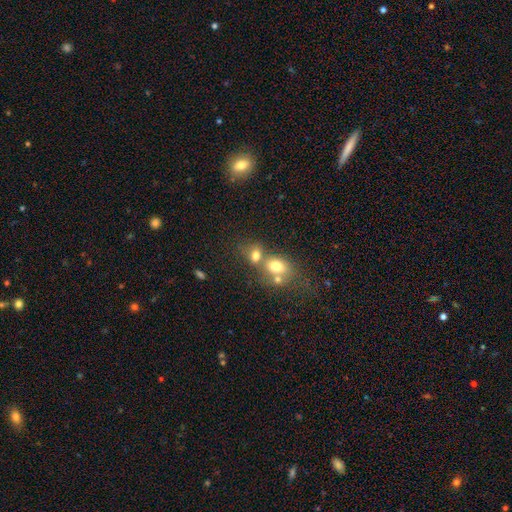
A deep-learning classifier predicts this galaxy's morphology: A smooth galaxy with no disk features (73%) that is round (53%). Merging: merger (53%).